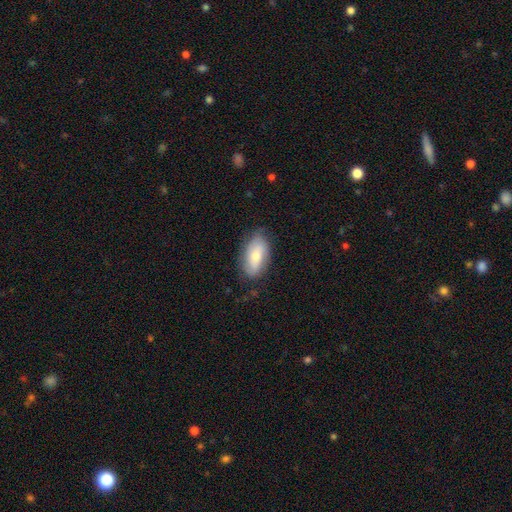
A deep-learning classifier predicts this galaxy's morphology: This appears to be a smooth galaxy with no disk features (66%) that is in between round and cigar-shaped (91%). Merging: none (75%).